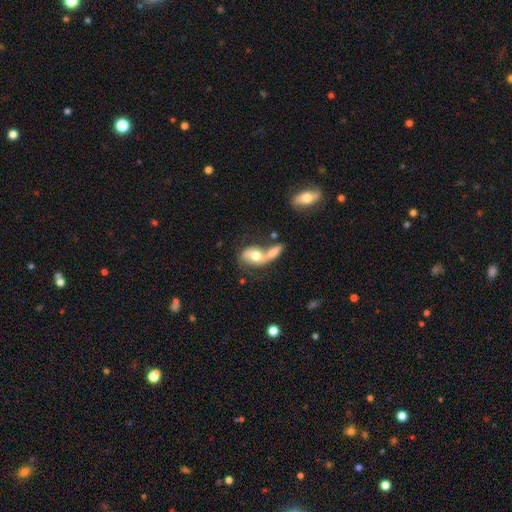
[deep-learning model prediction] This is possibly a smooth galaxy (48%). Merging: likely merger (63%).